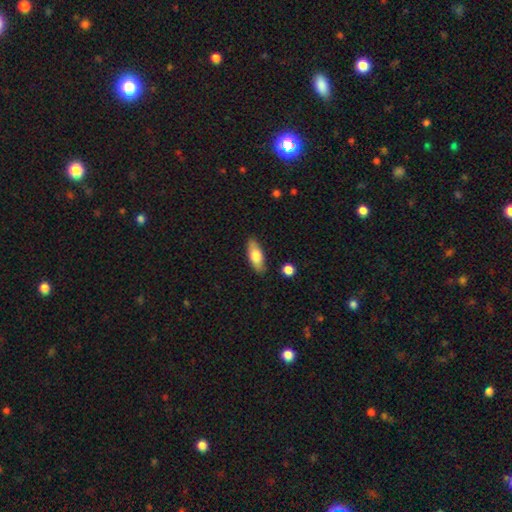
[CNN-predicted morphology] Q: Smooth or featured?
A: smooth (70%); runner-up: featured or disk (23%)
Q: How rounded?
A: in between (76%); runner-up: cigar-shaped (21%)
Q: Merging?
A: none (86%); runner-up: minor disturbance (10%)